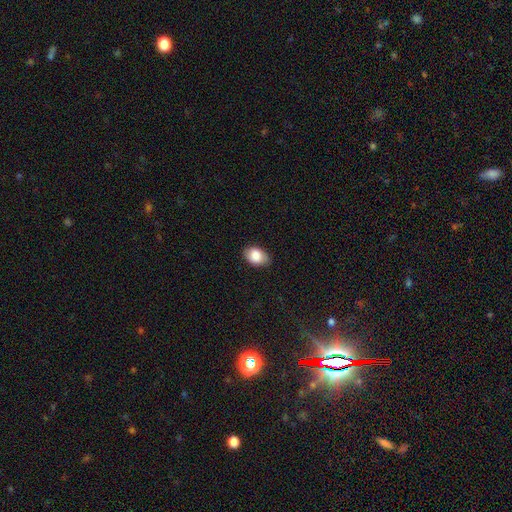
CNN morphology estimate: Smooth or featured: smooth — 85% (featured or disk — 8%)
How rounded: in between — 87% (round — 12%)
Merging: none — 83% (minor disturbance — 14%)